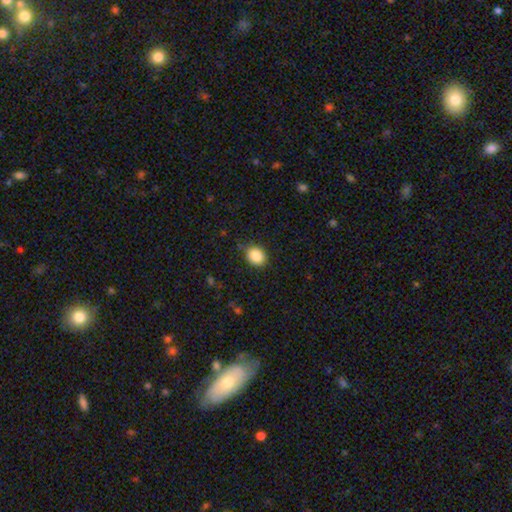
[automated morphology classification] A smooth galaxy with no disk features (87%) that is round (59%). Merging: none (80%).